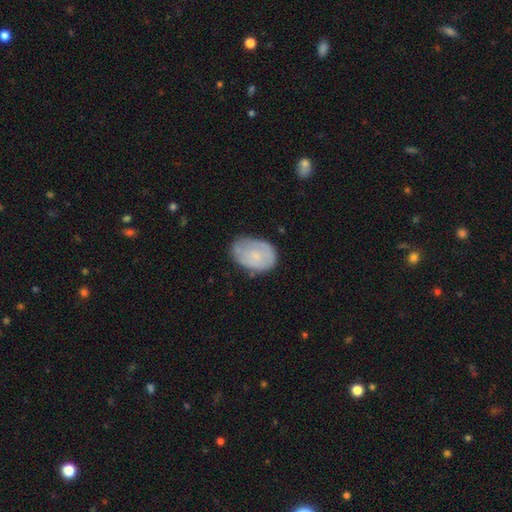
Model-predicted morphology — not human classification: smooth-or-featured: smooth: 61% | featured or disk: 32% | star or artifact: 7%
  how-rounded: in between: 83% | round: 16% | cigar-shaped: 1%
  merging: none: 61% | minor disturbance: 29% | major disturbance: 8% | merger: 2%